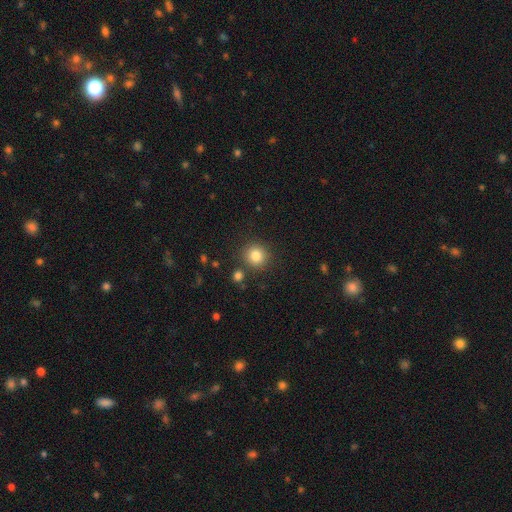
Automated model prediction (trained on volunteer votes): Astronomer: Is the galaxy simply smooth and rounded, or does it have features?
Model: smooth — 83%.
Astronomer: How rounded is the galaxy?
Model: round — 91%.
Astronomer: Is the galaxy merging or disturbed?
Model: none — 86%.